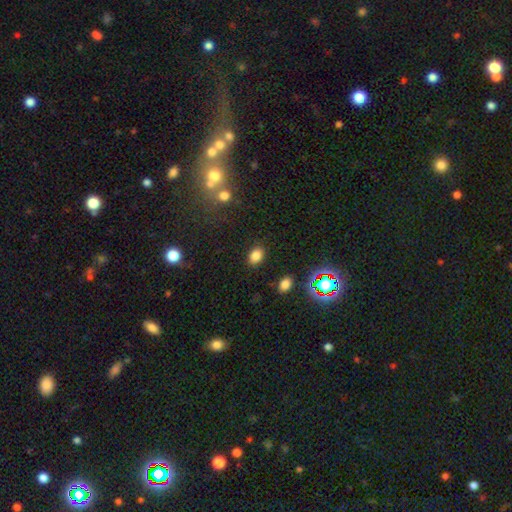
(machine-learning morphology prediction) Overall: smooth (82%). How rounded: in between (76%). Merging: none (86%).